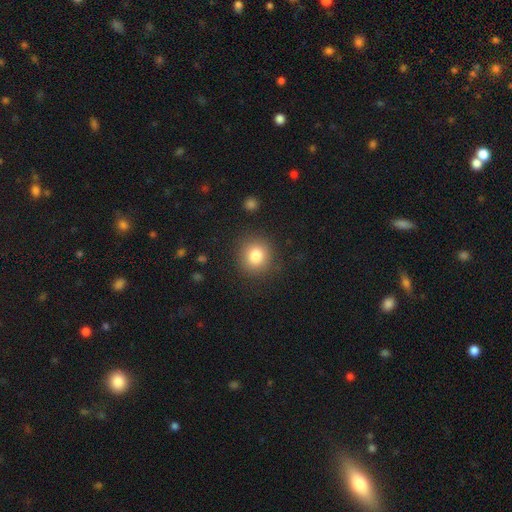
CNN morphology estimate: Smooth or featured? smooth (81%)
How rounded? round (88%)
Merging? none (87%)